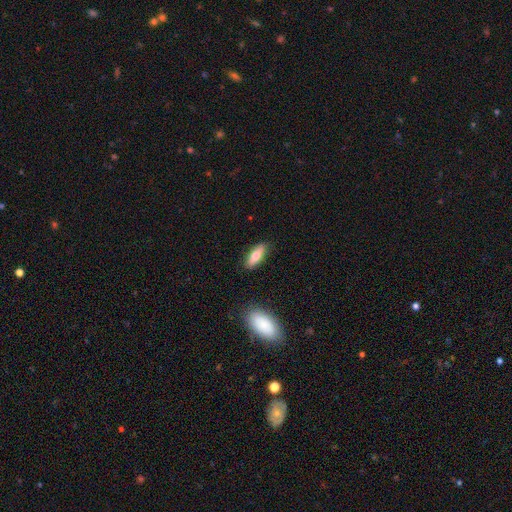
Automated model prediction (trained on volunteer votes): Smooth or featured? smooth (68%)
How rounded? in between (59%)
Merging? none (86%)